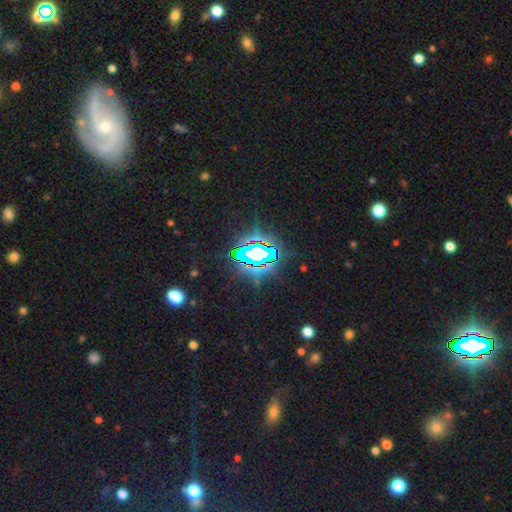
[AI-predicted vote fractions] star or artifact 80%, smooth 11%, featured or disk 9%.